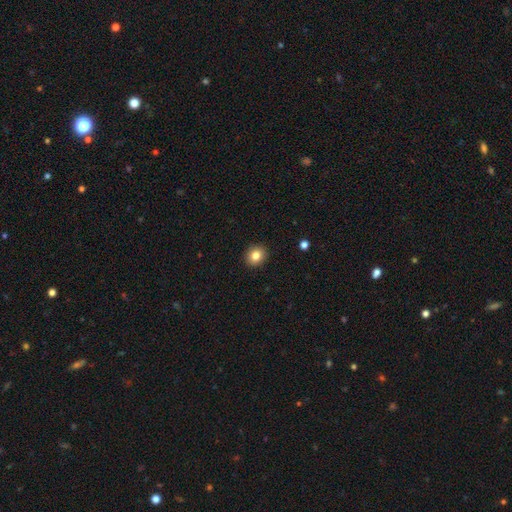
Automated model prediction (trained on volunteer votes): Smooth or featured: smooth — 82% (star or artifact — 10%)
How rounded: round — 73% (in between — 26%)
Merging: none — 92% (minor disturbance — 6%)